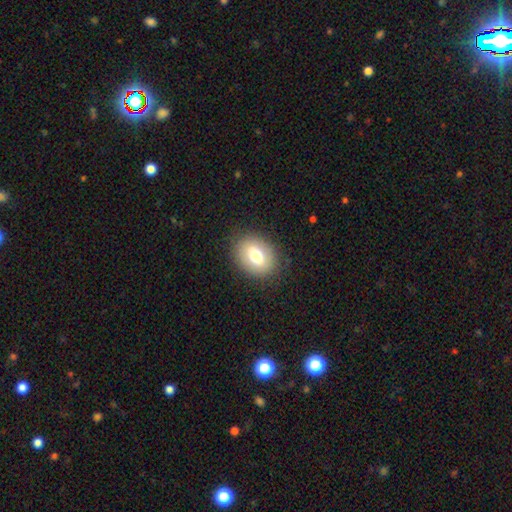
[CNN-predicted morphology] smooth_or_featured: smooth (p=0.73) [alt: featured or disk p=0.18]
how_rounded: in between (p=0.63) [alt: round p=0.36]
merging: none (p=0.86) [alt: minor disturbance p=0.10]